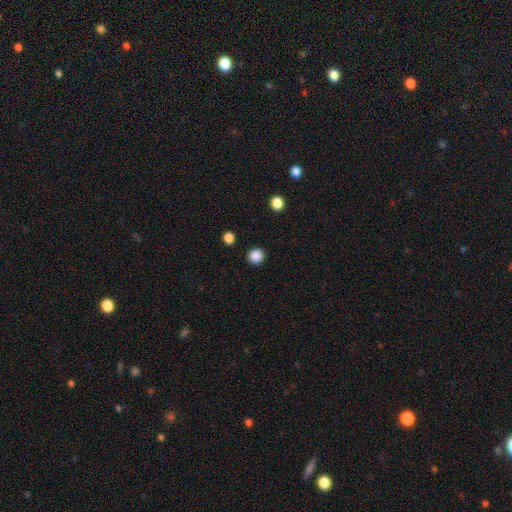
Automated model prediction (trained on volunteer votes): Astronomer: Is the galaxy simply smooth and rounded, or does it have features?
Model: smooth — 87%.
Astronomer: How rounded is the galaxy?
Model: round — 92%.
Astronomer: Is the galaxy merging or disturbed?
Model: none — 92%.